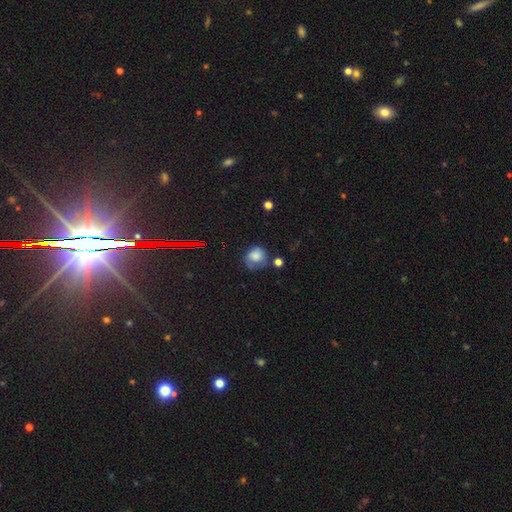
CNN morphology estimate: A smooth galaxy with no disk features (68%) that is round (74%). Merging: none (48%).